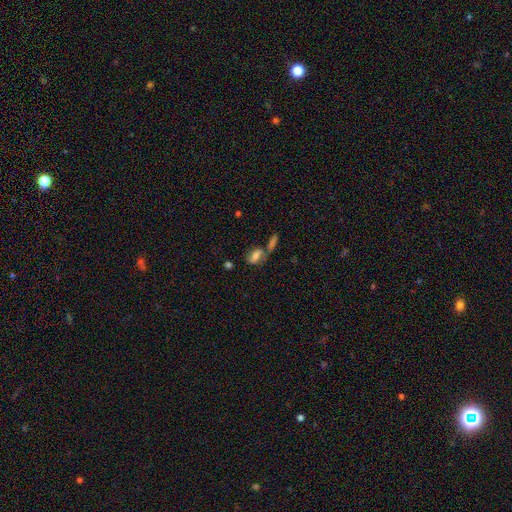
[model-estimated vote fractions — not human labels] A smooth galaxy with no disk features (61%) that is in between round and cigar-shaped (82%).

Vote fractions:
- Smooth or featured? smooth: 61% / featured or disk: 26% / star or artifact: 13%
- How rounded? in between: 82% / cigar-shaped: 9% / round: 9%
- Merging? merger: 40% / none: 35% / minor disturbance: 14% / major disturbance: 10%